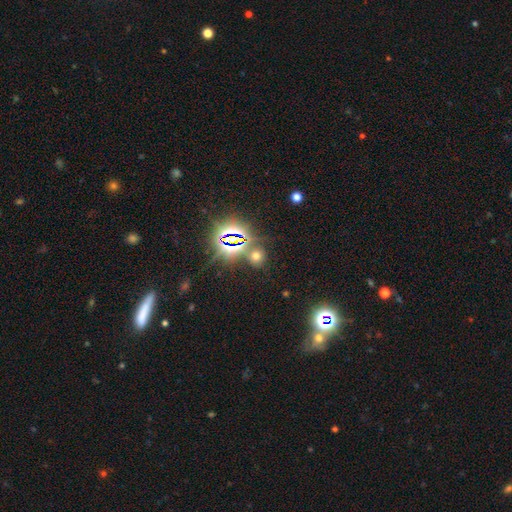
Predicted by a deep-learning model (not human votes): A smooth galaxy with no disk features (48%). Merging: none (78%).